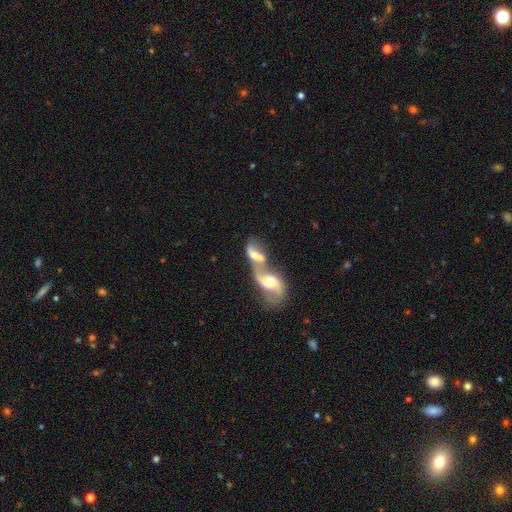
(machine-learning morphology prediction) Smooth or featured? Predicted: featured or disk (p=0.62). Edge-on disk? Predicted: no (p=0.92). Bar? Predicted: weak (p=0.41). Spiral arms? Predicted: yes (p=0.77). Bulge size? Predicted: moderate (p=0.49). Merging? Predicted: merger (p=0.79).